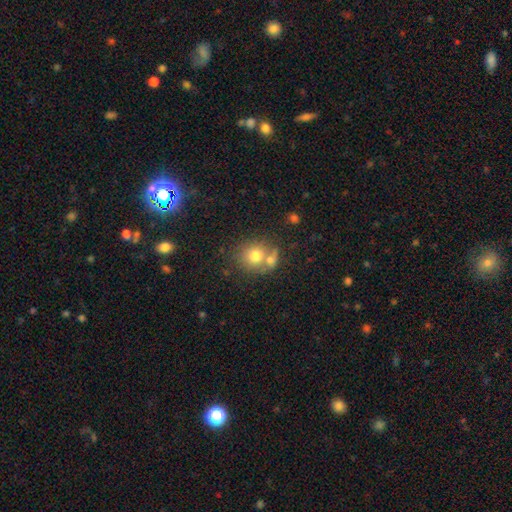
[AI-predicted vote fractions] Overall: smooth (73%). How rounded: round (78%). Merging: none (46%; merger 39%).